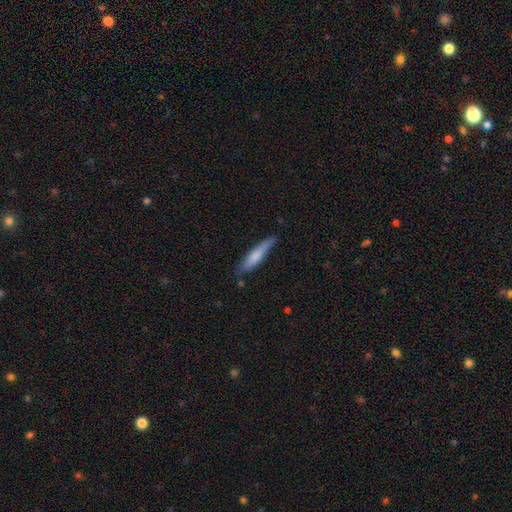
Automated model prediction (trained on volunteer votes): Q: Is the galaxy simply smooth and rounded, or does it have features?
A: smooth — 71%.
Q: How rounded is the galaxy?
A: cigar-shaped — 85%.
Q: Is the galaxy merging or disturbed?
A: none — 74%.